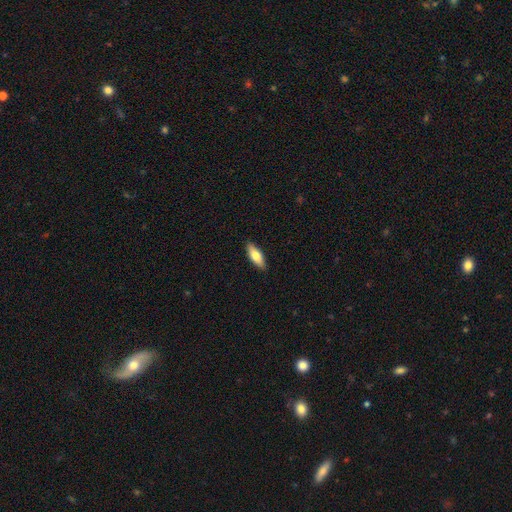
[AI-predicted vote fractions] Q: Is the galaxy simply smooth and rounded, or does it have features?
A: smooth — 74%.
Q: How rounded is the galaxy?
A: in between — 67%.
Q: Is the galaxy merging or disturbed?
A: none — 89%.